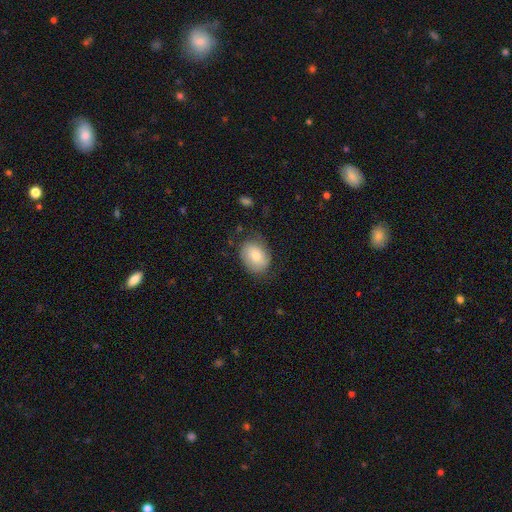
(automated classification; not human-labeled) smooth-or-featured: smooth: 75% | featured or disk: 19% | star or artifact: 7%
  how-rounded: in between: 71% | round: 28% | cigar-shaped: 1%
  merging: none: 68% | minor disturbance: 23% | major disturbance: 8% | merger: 1%